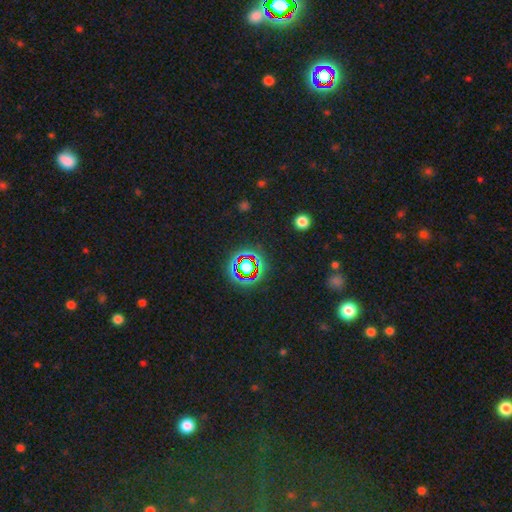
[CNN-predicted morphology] Smooth or featured: star or artifact — 71% (smooth — 19%)